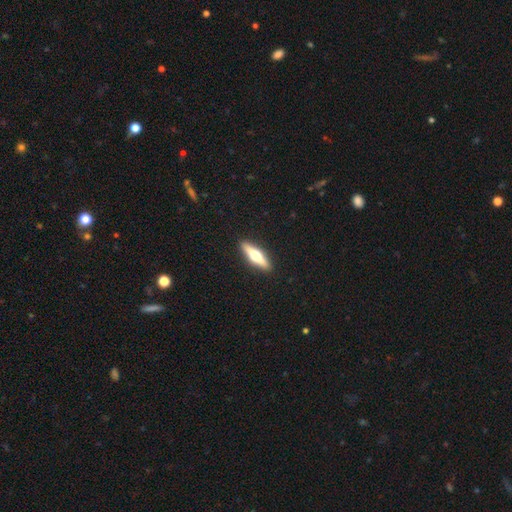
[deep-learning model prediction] Smooth or featured?
  - featured or disk: 57% *
  - smooth: 38%
  - star or artifact: 5%
Edge-on disk?
  - yes: 95% *
  - no: 5%
Edge-on bulge?
  - rounded: 95% *
  - boxy: 3%
  - none: 2%
Merging?
  - none: 92% *
  - minor disturbance: 6%
  - major disturbance: 1%
  - merger: 1%